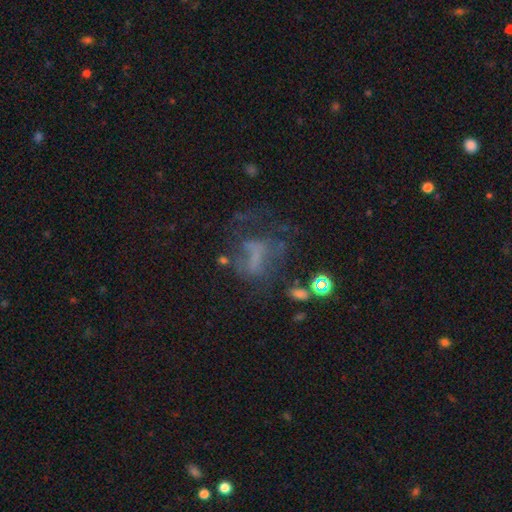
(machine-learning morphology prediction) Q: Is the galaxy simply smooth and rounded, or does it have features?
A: featured or disk — 45%.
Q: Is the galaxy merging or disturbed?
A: major disturbance — 41%.